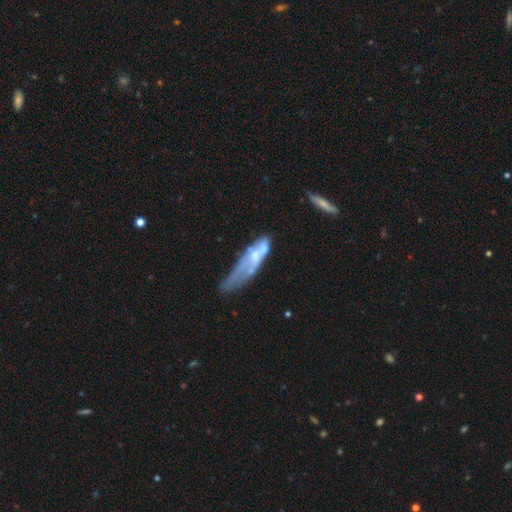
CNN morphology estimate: Smooth or featured: featured or disk — 51% (smooth — 41%)
Edge-on disk: no — 75% (yes — 25%)
Merging: major disturbance — 36% (minor disturbance — 24%)